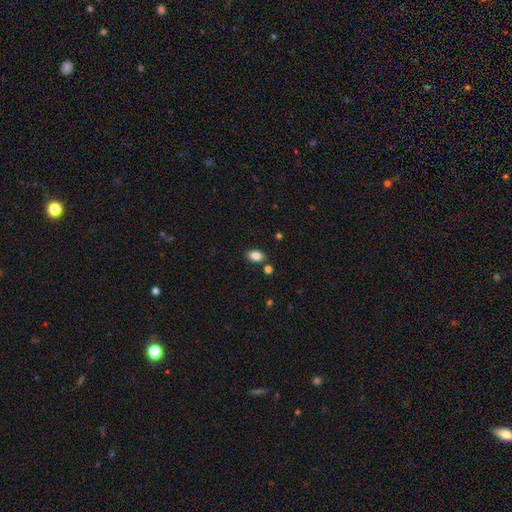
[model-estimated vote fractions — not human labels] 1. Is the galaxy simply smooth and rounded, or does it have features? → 85% smooth, 9% star or artifact, 6% featured or disk.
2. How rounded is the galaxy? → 86% in between, 12% round, 2% cigar-shaped.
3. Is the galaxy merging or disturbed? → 82% none, 10% minor disturbance, 5% merger, 2% major disturbance.